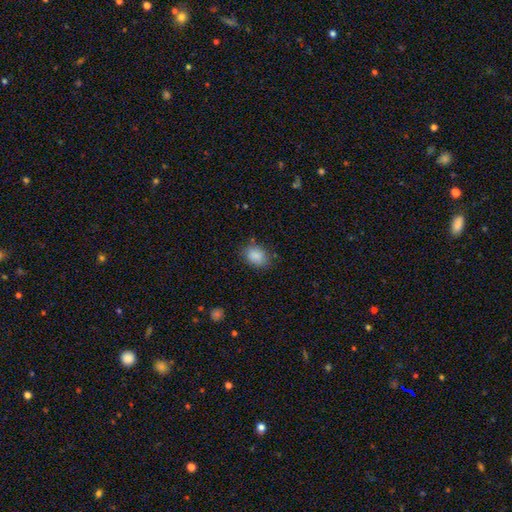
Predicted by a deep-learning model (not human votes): This is clearly a smooth galaxy (88%). How rounded: likely in between (66%). Merging: likely none (78%).